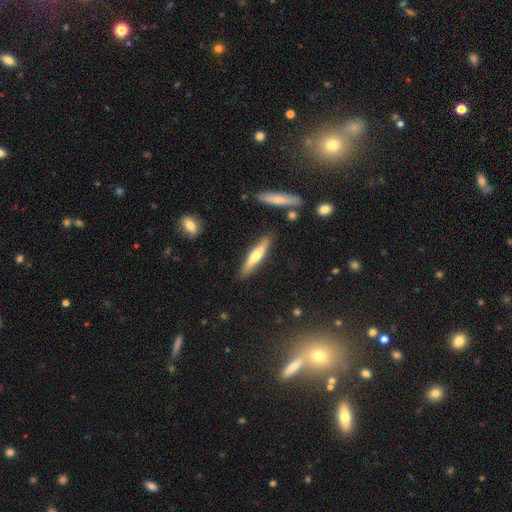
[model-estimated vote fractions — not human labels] The model was most divided on "smooth or featured": smooth: 49%, featured or disk: 45%, star or artifact: 6%. More confident: merging — none (87%).